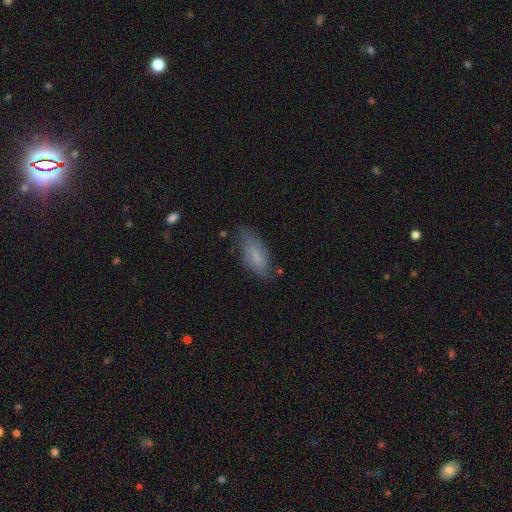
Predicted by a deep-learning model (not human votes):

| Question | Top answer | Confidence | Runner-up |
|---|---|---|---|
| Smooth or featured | smooth | 67% | featured or disk (25%) |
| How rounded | in between | 77% | cigar-shaped (21%) |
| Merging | none | 67% | minor disturbance (25%) |